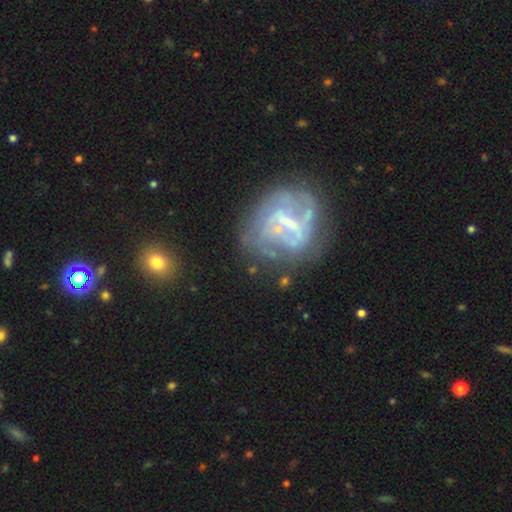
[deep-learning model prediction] A featured or disk galaxy (59%) with a weak bar (39%), spiral arms (61%) and a small central bulge (51%).

Vote fractions:
- Smooth or featured? featured or disk: 59% / star or artifact: 23% / smooth: 18%
- Edge-on disk? no: 92% / yes: 8%
- Bar? weak: 39% / strong: 31% / no: 30%
- Spiral arms? yes: 61% / no: 39%
- Bulge size? small: 51% / moderate: 24% / none: 19% / large: 4% / dominant: 2%
- Merging? none: 69% / minor disturbance: 15% / major disturbance: 12% / merger: 4%